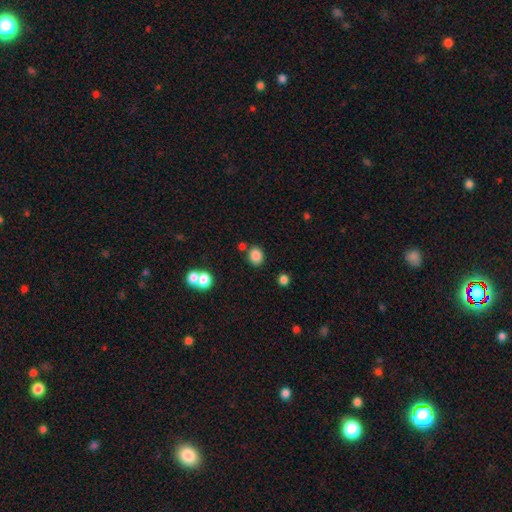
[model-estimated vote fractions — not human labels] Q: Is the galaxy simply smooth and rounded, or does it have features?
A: smooth — 84%.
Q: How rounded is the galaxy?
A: round — 62%.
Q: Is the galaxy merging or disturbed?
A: none — 76%.